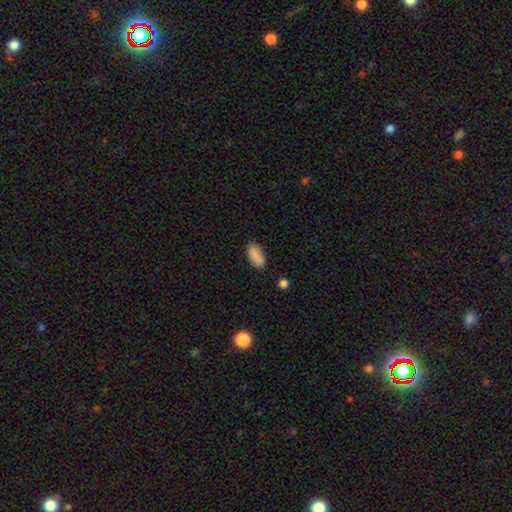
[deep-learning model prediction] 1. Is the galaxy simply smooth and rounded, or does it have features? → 86% smooth, 8% star or artifact, 6% featured or disk.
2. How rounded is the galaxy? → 92% in between, 6% cigar-shaped, 3% round.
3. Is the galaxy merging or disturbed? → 77% none, 17% minor disturbance, 3% major disturbance, 3% merger.